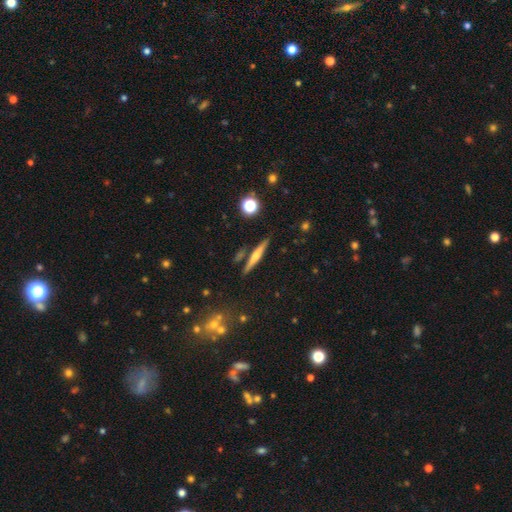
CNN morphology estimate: A featured or disk galaxy (50%). Merging: none (84%).